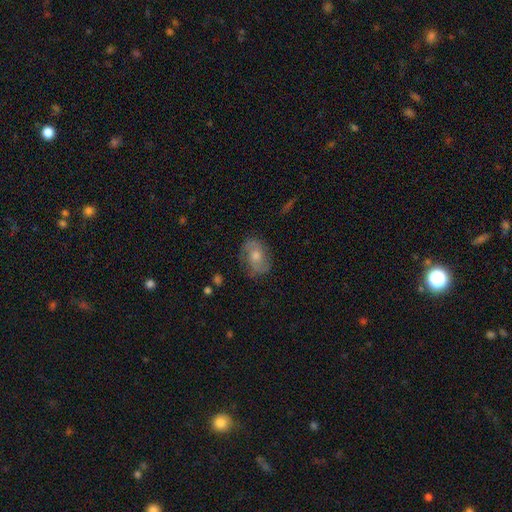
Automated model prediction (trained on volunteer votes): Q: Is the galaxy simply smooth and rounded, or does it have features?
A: featured or disk — 60%.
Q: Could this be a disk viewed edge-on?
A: no — 95%.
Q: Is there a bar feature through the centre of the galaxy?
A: no — 67%.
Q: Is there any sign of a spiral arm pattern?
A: yes — 82%.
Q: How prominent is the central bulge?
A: moderate — 64%.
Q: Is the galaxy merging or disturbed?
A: none — 77%.